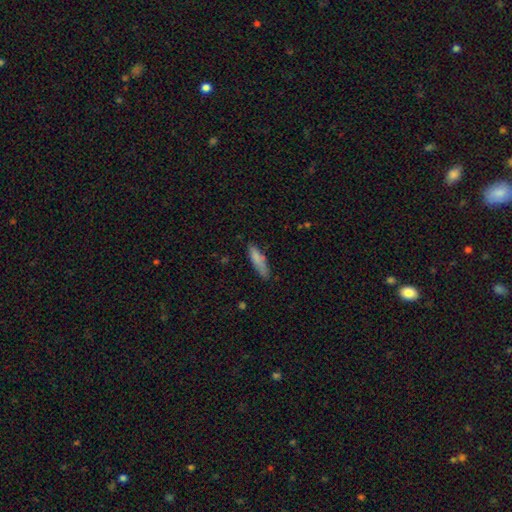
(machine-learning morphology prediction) smooth_or_featured: smooth (p=0.81) [alt: featured or disk p=0.12]
how_rounded: cigar-shaped (p=0.72) [alt: in between p=0.26]
merging: none (p=0.71) [alt: minor disturbance p=0.21]